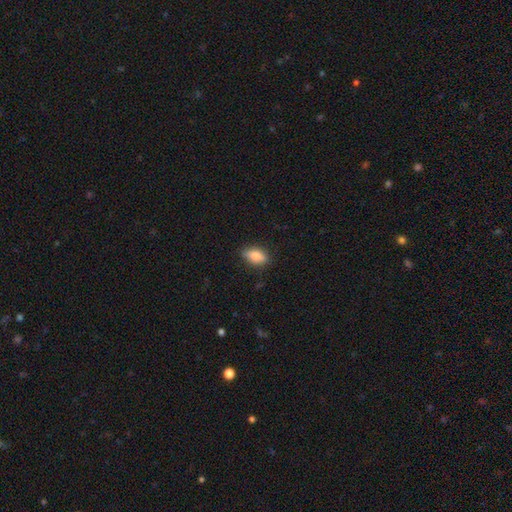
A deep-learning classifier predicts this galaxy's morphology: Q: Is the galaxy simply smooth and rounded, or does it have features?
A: smooth — 82%.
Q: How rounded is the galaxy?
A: in between — 86%.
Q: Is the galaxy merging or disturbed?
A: none — 83%.